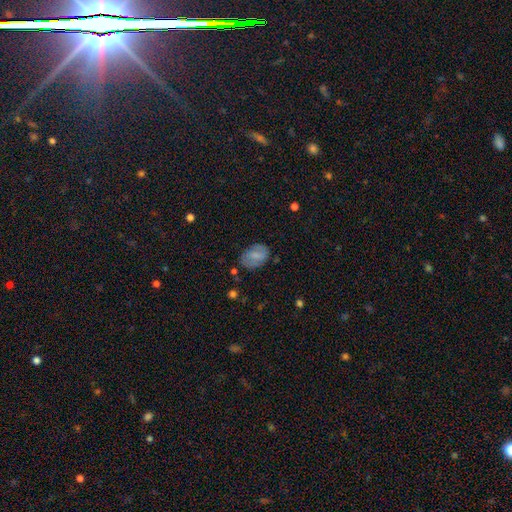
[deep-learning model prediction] Smooth or featured? Predicted: smooth (p=0.69). How rounded? Predicted: in between (p=0.85). Merging? Predicted: none (p=0.72).